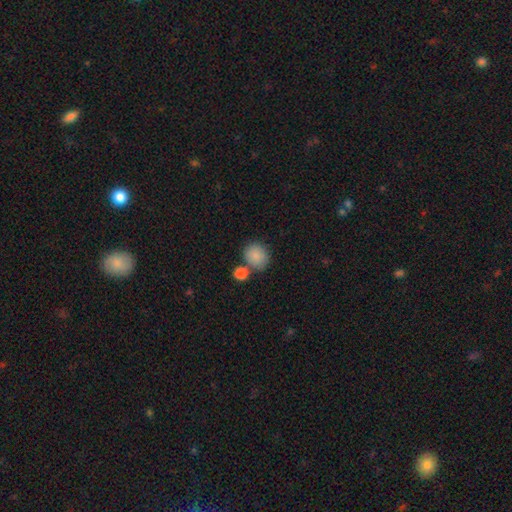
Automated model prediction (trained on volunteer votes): smooth-or-featured: smooth: 86% | star or artifact: 9% | featured or disk: 5%
  how-rounded: round: 76% | in between: 23% | cigar-shaped: 1%
  merging: none: 65% | merger: 18% | minor disturbance: 12% | major disturbance: 4%